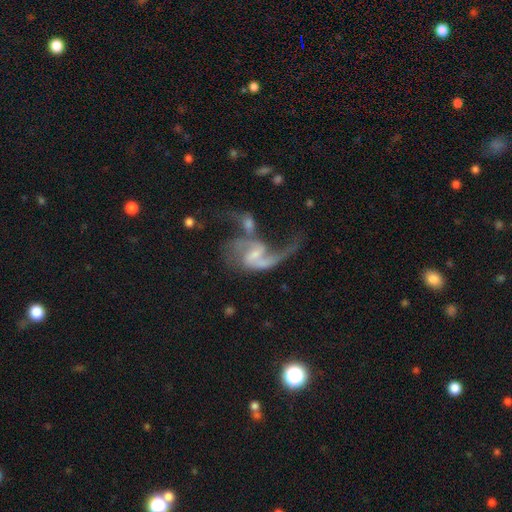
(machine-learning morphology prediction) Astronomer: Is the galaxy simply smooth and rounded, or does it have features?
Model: featured or disk — 83%.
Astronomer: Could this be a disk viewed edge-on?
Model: no — 97%.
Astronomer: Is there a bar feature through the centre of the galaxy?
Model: weak — 50% (runner-up: no, 30%).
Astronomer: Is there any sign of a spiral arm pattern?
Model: yes — 89%.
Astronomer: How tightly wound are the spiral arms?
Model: loose — 71%.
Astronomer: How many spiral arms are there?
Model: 2 — 59%.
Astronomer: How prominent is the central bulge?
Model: small — 51% (runner-up: moderate, 28%).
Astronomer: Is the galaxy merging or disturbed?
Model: merger — 39% (runner-up: major disturbance, 34%).